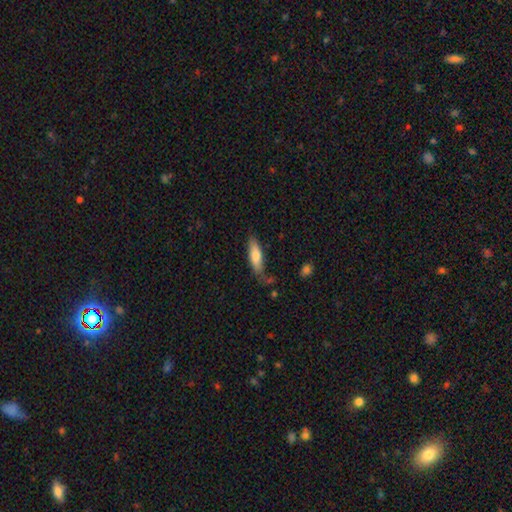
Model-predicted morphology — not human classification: Overall: smooth (75%). How rounded: cigar-shaped (53%; in between 45%). Merging: none (66%).